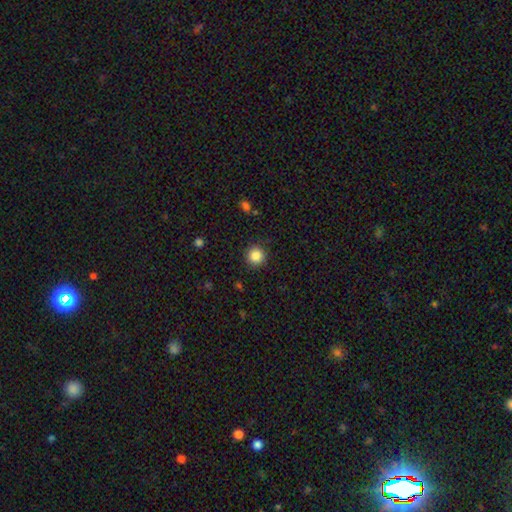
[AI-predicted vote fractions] The model was most divided on "smooth or featured": smooth: 86%, star or artifact: 10%, featured or disk: 4%. More confident: how rounded — round (94%); merging — none (90%).